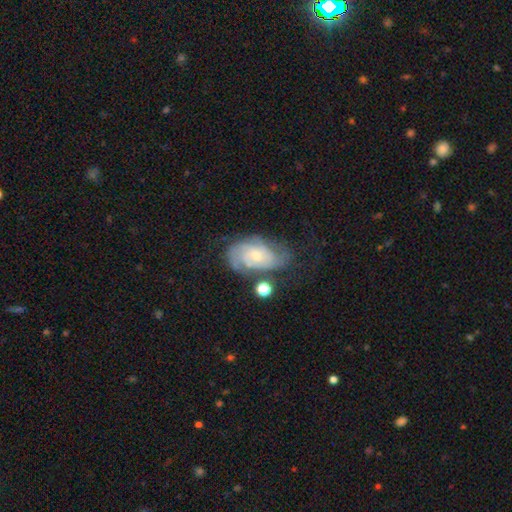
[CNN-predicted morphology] A featured or disk galaxy (72%) with no bar (70%), tight (53%) spiral arms (91%) and a small central bulge (61%).

Vote fractions:
- Smooth or featured? featured or disk: 72% / smooth: 20% / star or artifact: 8%
- Edge-on disk? no: 96% / yes: 4%
- Bar? no: 70% / weak: 26% / strong: 4%
- Spiral arms? yes: 91% / no: 9%
- Spiral winding? tight: 53% / medium: 35% / loose: 11%
- Spiral arm count? can't tell: 37% / 2: 28% / 3: 20% / 4: 7% / 1: 5% / more than 4: 4%
- Bulge size? small: 61% / moderate: 32% / none: 4% / large: 2% / dominant: 1%
- Merging? none: 53% / minor disturbance: 25% / major disturbance: 16% / merger: 7%